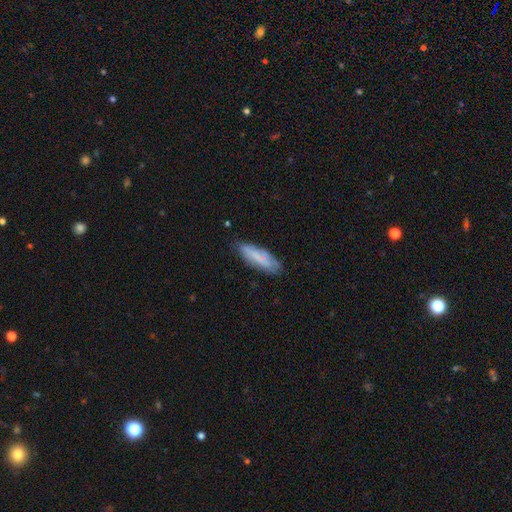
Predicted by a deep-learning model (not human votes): smooth 69%, featured or disk 24%, star or artifact 7%. Down the decision tree: how rounded — cigar-shaped (57%); merging — none (75%).